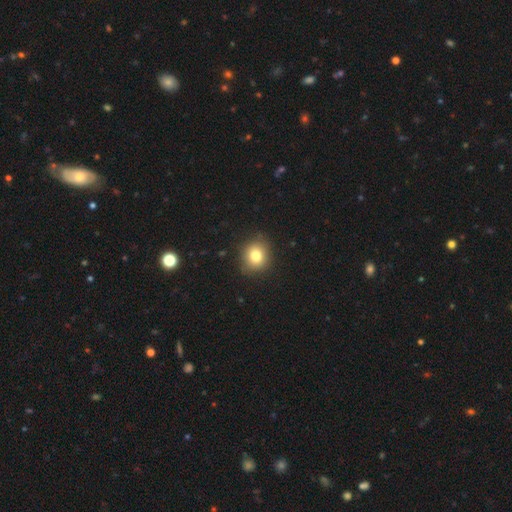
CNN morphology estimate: smooth-or-featured: smooth: 81% | star or artifact: 11% | featured or disk: 8%
  how-rounded: round: 75% | in between: 24% | cigar-shaped: 1%
  merging: none: 86% | minor disturbance: 11% | major disturbance: 2% | merger: 1%